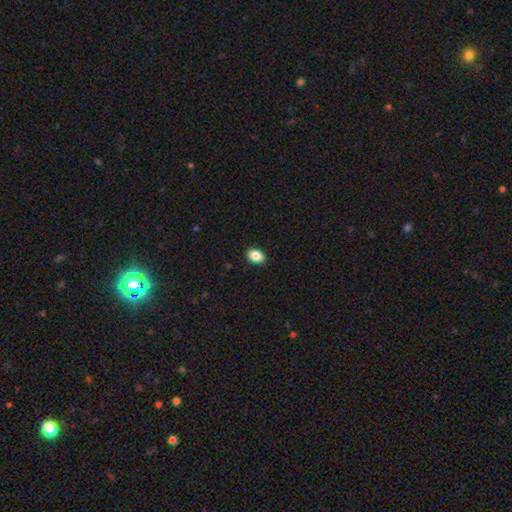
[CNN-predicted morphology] smooth_or_featured: smooth (p=0.87) [alt: star or artifact p=0.08]
how_rounded: in between (p=0.74) [alt: round p=0.25]
merging: none (p=0.91) [alt: minor disturbance p=0.07]